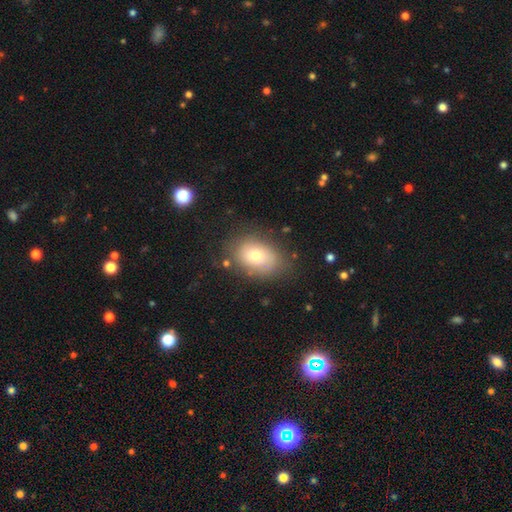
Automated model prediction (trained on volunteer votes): Smooth or featured? Predicted: smooth (p=0.73). How rounded? Predicted: in between (p=0.76). Merging? Predicted: none (p=0.74).